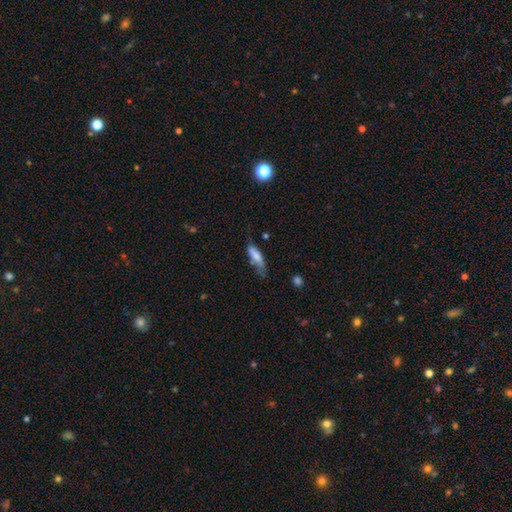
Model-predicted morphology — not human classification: Overall: smooth (73%). How rounded: cigar-shaped (51%; in between 47%). Merging: none (39%; minor disturbance 38%).